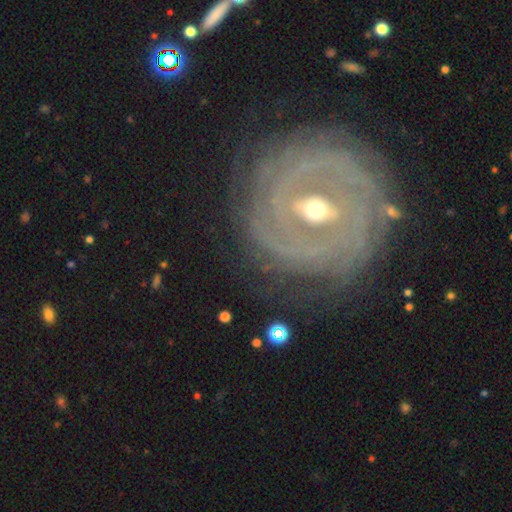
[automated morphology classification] type=featured or disk (86%); edge-on=no (96%); bar=weak (40%); spiral arms=yes (92%); winding=tight (84%); arm count=can't tell (35%); bulge=moderate (56%); merging=none (79%).